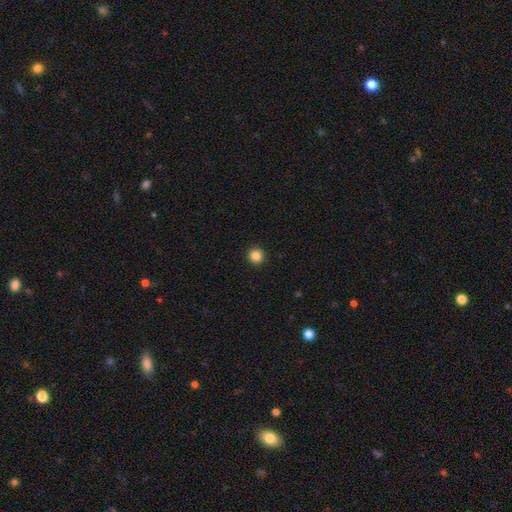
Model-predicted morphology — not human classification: smooth-or-featured: smooth: 86% | star or artifact: 11% | featured or disk: 4%
  how-rounded: round: 95% | in between: 4% | cigar-shaped: 1%
  merging: none: 93% | minor disturbance: 4% | major disturbance: 2% | merger: 1%